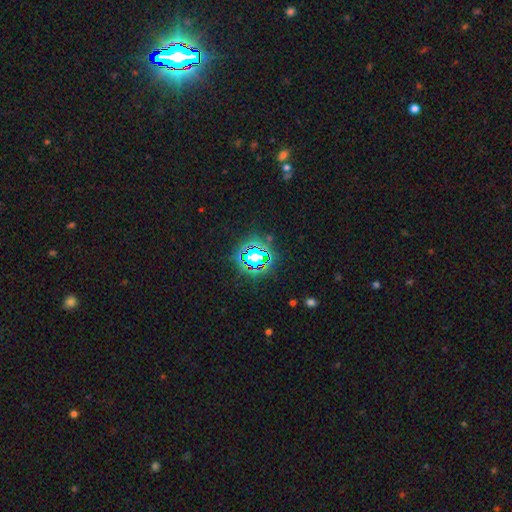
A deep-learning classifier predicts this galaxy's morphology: A star or artifact, not a galaxy (72%).